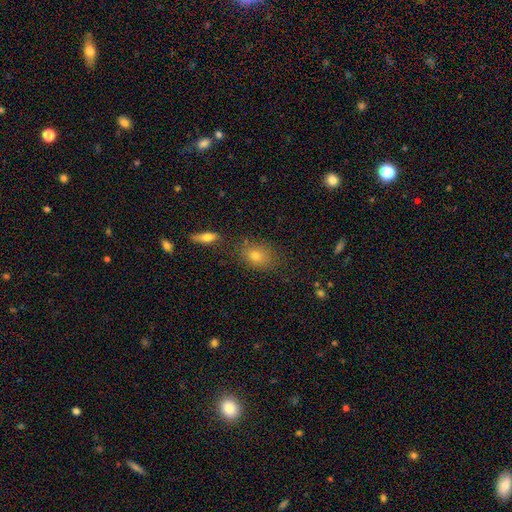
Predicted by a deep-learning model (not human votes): Smooth or featured? smooth (72%)
How rounded? in between (65%)
Merging? none (78%)